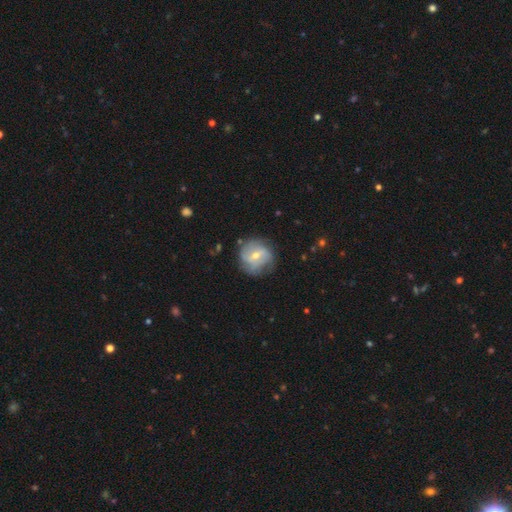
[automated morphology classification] Smooth or featured? featured or disk (61%)
Edge-on disk? no (96%)
Bar? weak (49%)
Spiral arms? yes (71%)
Bulge size? small (48%, tied with moderate)
Merging? none (69%)